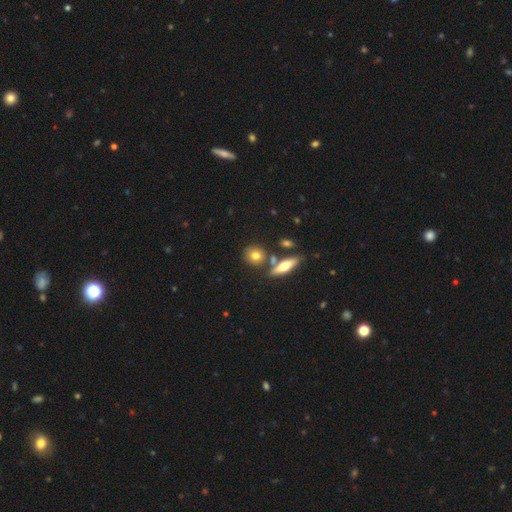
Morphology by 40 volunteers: A smooth galaxy with no disk features (88%) that is round (69%).

Vote fractions:
- Smooth or featured? smooth: 88% / featured or disk: 8% / star or artifact: 5%
- How rounded? round: 69% / in between: 26% / cigar-shaped: 6%
- Merging? none: 76% / merger: 13% / minor disturbance: 5% / major disturbance: 5%